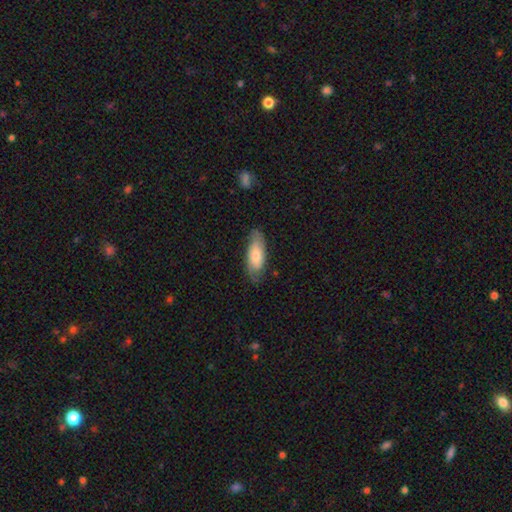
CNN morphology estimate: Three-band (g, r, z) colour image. It shows a smooth galaxy with no disk features (60%) that is in between round and cigar-shaped (72%). Merging: none (74%).